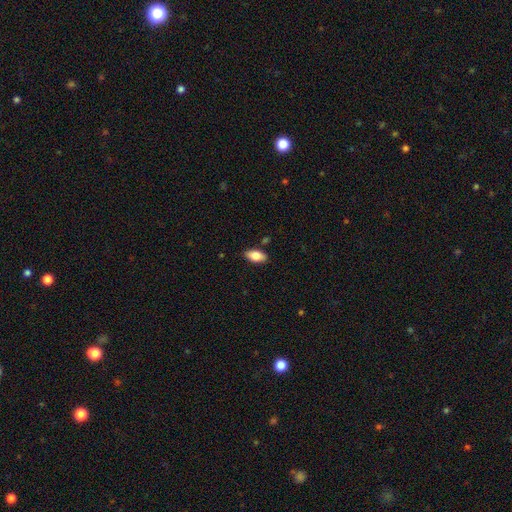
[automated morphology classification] smooth_or_featured: smooth (p=0.81) [alt: featured or disk p=0.12]
how_rounded: in between (p=0.92) [alt: cigar-shaped p=0.05]
merging: none (p=0.86) [alt: minor disturbance p=0.10]